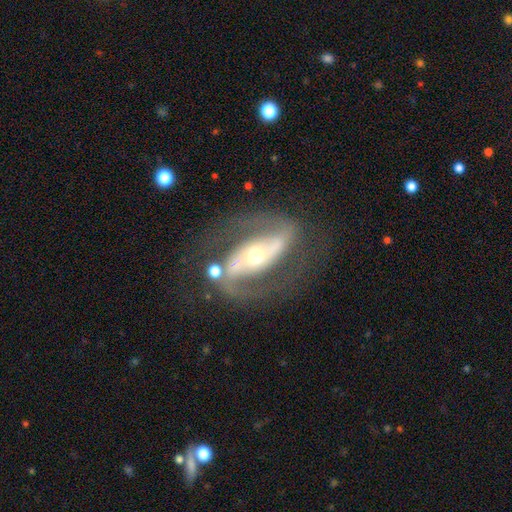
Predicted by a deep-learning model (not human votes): Morphology: type=featured or disk (88%); edge-on=no (95%); bar=strong (44%); spiral arms=yes (93%); winding=medium (52%); arm count=2 (91%); bulge=moderate (65%); merging=none (68%).